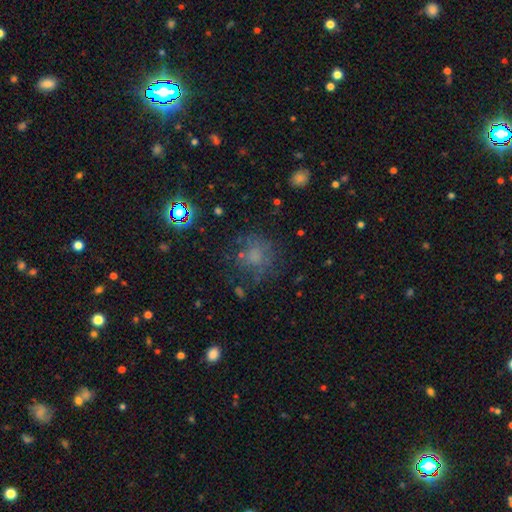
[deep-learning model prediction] Smooth or featured: smooth — 49% (star or artifact — 29%)
Merging: none — 64% (minor disturbance — 18%)